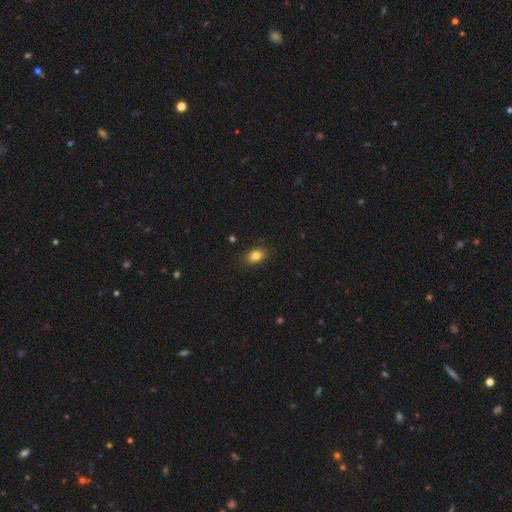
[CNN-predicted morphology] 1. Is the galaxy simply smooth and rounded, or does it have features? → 83% smooth, 10% star or artifact, 7% featured or disk.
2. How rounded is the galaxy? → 81% in between, 17% round, 2% cigar-shaped.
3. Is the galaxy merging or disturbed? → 88% none, 9% minor disturbance, 2% major disturbance, 1% merger.